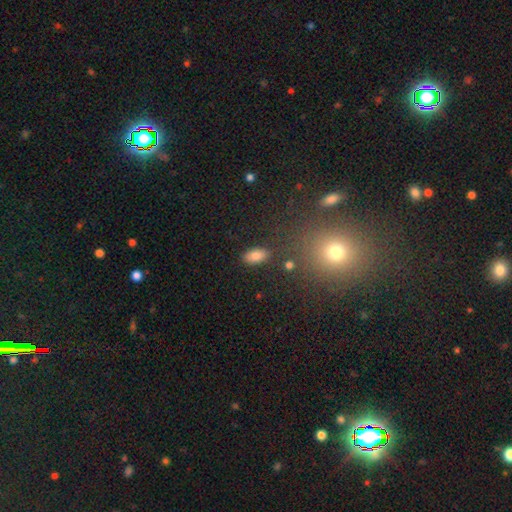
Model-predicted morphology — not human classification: A smooth galaxy with no disk features (81%) that is in between round and cigar-shaped (90%). Merging: none (84%).